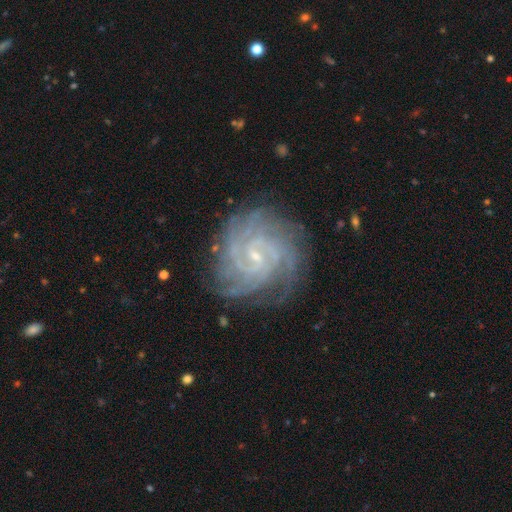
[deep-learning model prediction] smooth_or_featured: featured or disk (p=0.90) [alt: star or artifact p=0.06]
disk_edge_on: no (p=0.98) [alt: yes p=0.02]
bar: no (p=0.44) [alt: weak p=0.43]
has_spiral_arms: yes (p=0.98) [alt: no p=0.02]
spiral_winding: tight (p=0.75) [alt: medium p=0.22]
spiral_arm_count: 4 (p=0.29) [alt: can't tell p=0.18]
bulge_size: small (p=0.84) [alt: moderate p=0.11]
merging: none (p=0.81) [alt: minor disturbance p=0.13]